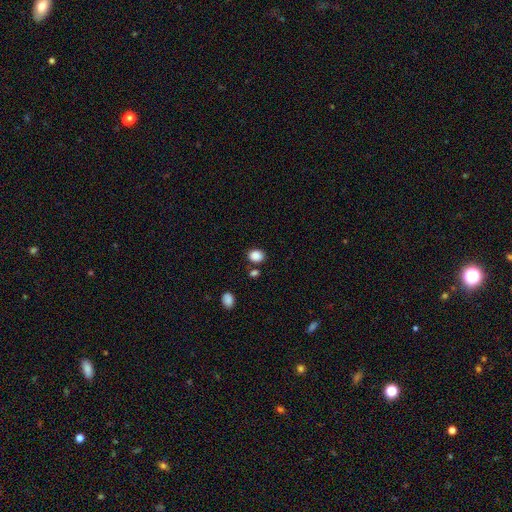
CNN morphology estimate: Smooth or featured? Predicted: smooth (p=0.87). How rounded? Predicted: round (p=0.54). Merging? Predicted: none (p=0.79).